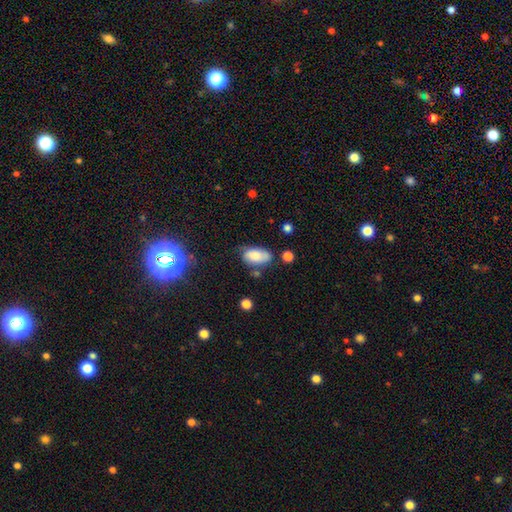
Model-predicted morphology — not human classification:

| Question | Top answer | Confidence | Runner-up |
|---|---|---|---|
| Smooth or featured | smooth | 75% | featured or disk (17%) |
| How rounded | in between | 93% | round (4%) |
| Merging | none | 56% | minor disturbance (28%) |